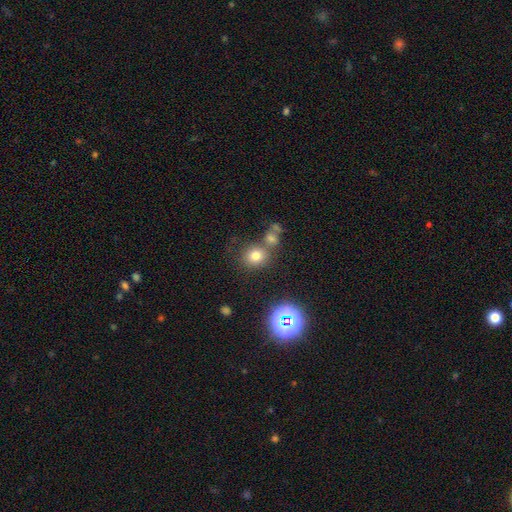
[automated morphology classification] Smooth or featured? Predicted: smooth (p=0.73). How rounded? Predicted: round (p=0.82). Merging? Predicted: none (p=0.65).